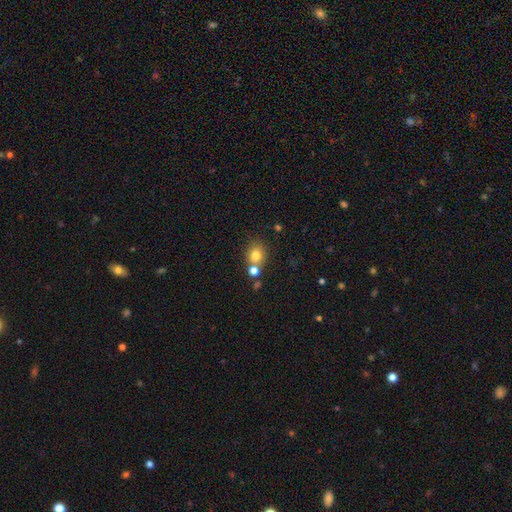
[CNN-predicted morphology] This is likely a smooth galaxy (78%). How rounded: likely round (76%). Merging: likely none (61%).